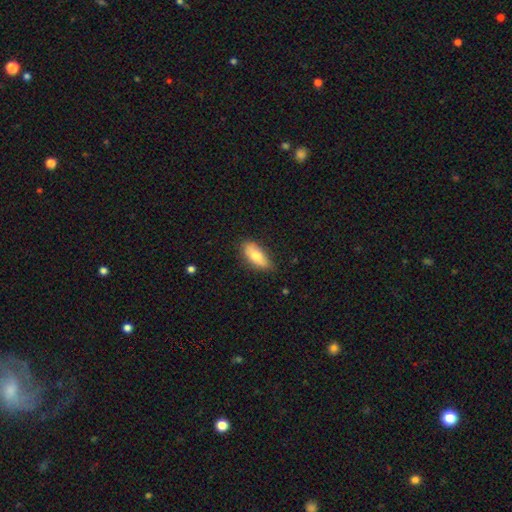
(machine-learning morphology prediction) Smooth or featured? smooth (75%)
How rounded? in between (84%)
Merging? none (76%)